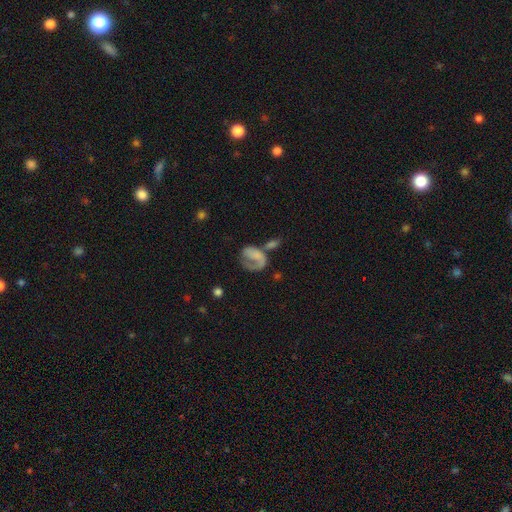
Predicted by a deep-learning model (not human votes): Smooth or featured? Predicted: featured or disk (p=0.47). Merging? Predicted: major disturbance (p=0.39).